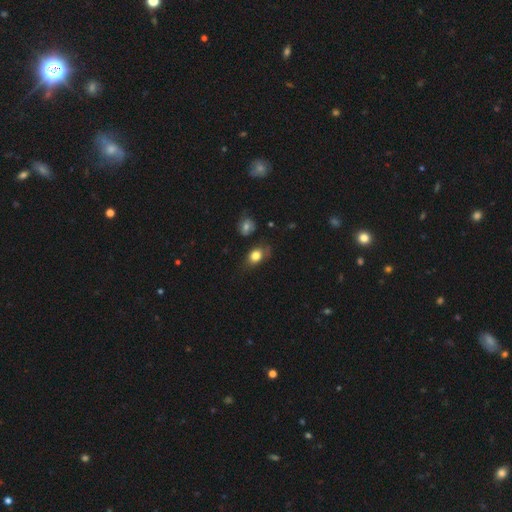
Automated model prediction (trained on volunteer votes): The model was most divided on "merging": none: 61%, minor disturbance: 26%, major disturbance: 8%, merger: 4%. More confident: smooth or featured — smooth (79%); how rounded — in between (70%).